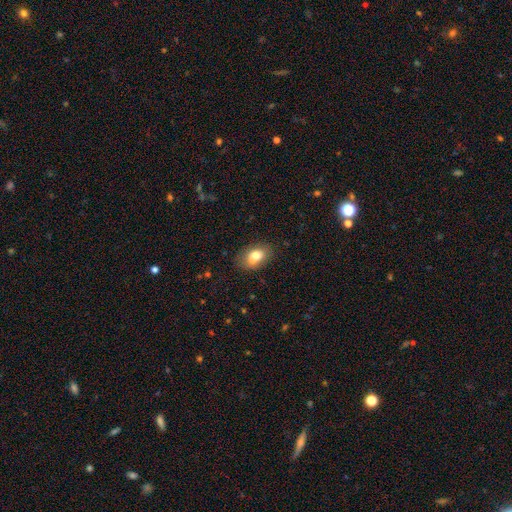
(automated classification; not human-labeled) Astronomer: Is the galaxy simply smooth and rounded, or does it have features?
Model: smooth — 77%.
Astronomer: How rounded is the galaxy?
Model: in between — 85%.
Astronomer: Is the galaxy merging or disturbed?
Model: none — 70%.